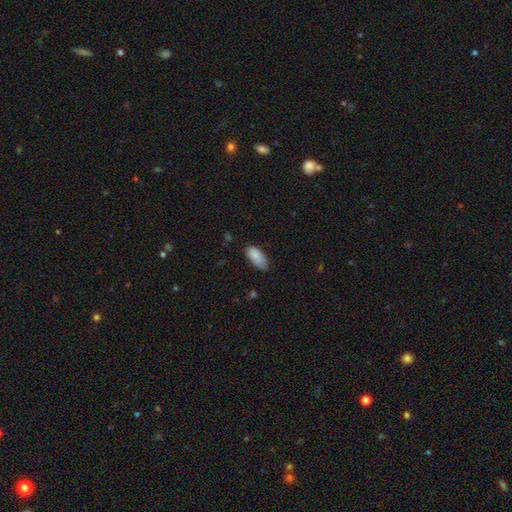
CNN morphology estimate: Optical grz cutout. It shows a smooth galaxy with no disk features (86%) that is in between round and cigar-shaped (91%). Merging: none (61%).